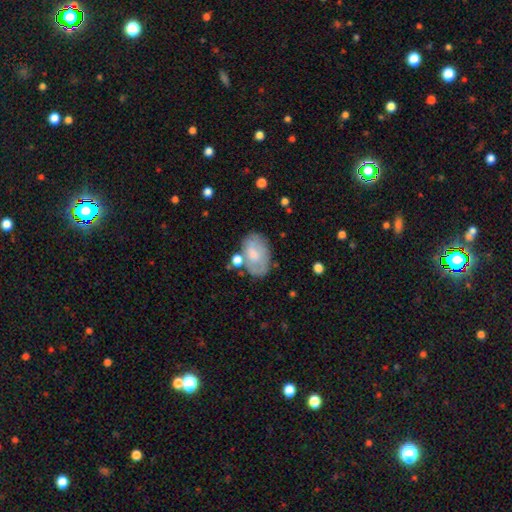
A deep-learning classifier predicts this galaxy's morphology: Smooth or featured? smooth (62%)
How rounded? in between (88%)
Merging? none (60%)